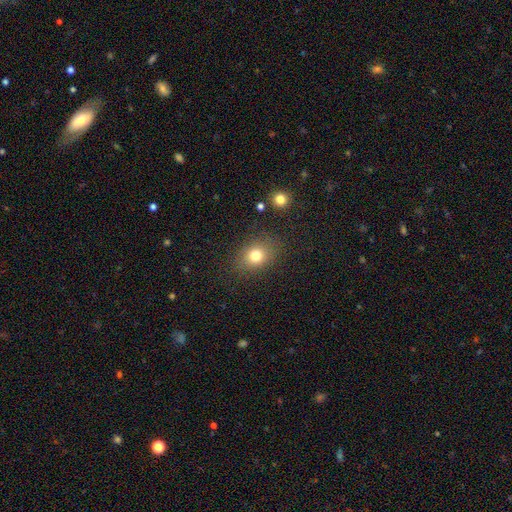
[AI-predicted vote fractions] Smooth or featured?
  - smooth: 77% *
  - star or artifact: 13%
  - featured or disk: 10%
How rounded?
  - in between: 52% *
  - round: 46%
  - cigar-shaped: 1%
Merging?
  - none: 82% *
  - minor disturbance: 12%
  - major disturbance: 5%
  - merger: 2%